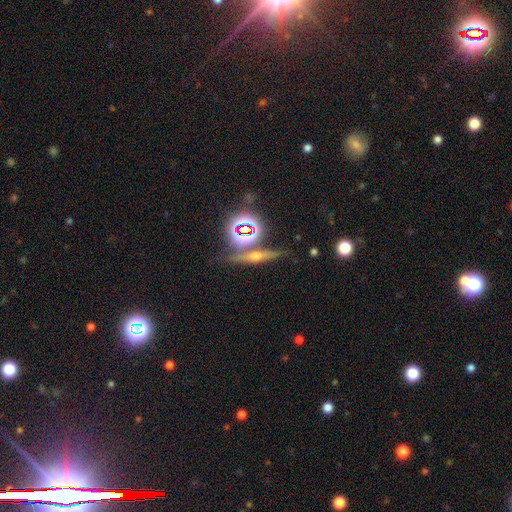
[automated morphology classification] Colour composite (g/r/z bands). It shows a featured or disk galaxy (51%) viewed edge-on (90%). Merging: none (78%).